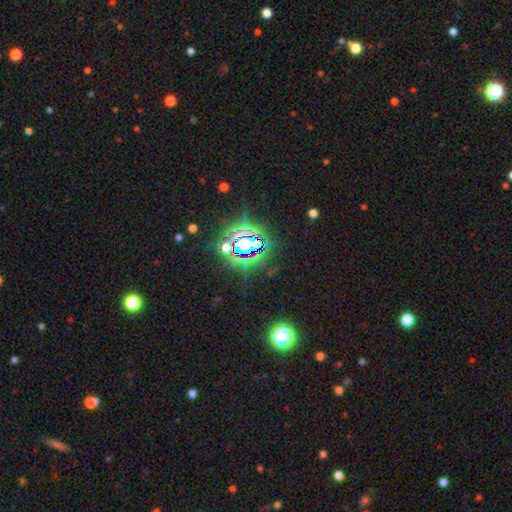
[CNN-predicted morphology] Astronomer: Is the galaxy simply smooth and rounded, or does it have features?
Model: star or artifact — 82%.